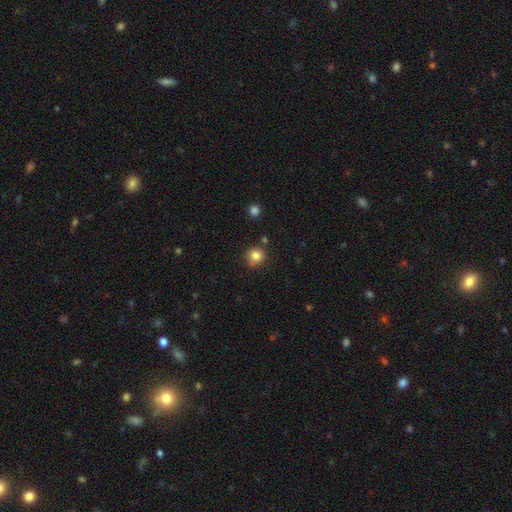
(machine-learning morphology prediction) A smooth galaxy with no disk features (83%) that is round (89%). Merging: none (80%).